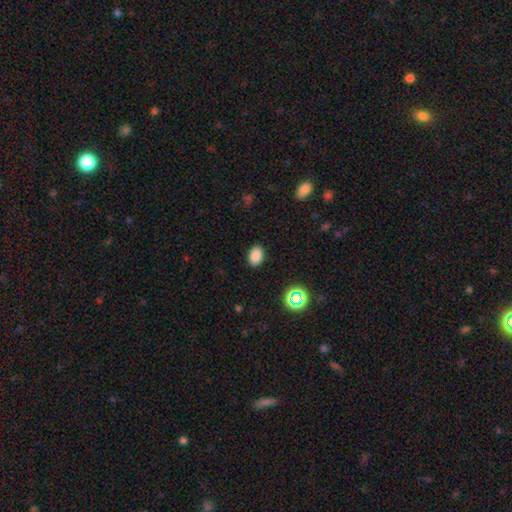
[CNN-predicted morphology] Smooth or featured? smooth (83%)
How rounded? in between (84%)
Merging? none (88%)